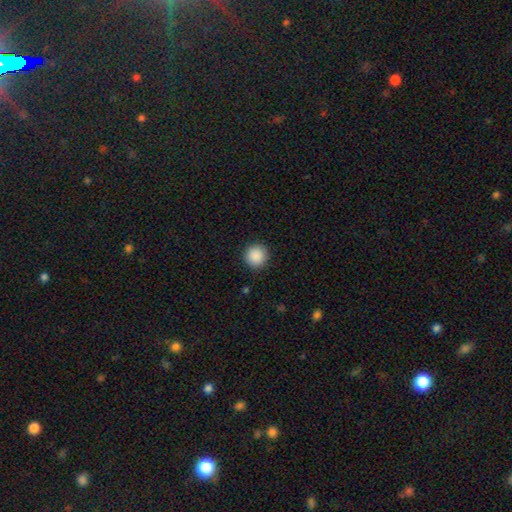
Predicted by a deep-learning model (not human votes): This is clearly a smooth galaxy (90%). How rounded: clearly round (95%). Merging: clearly none (92%).